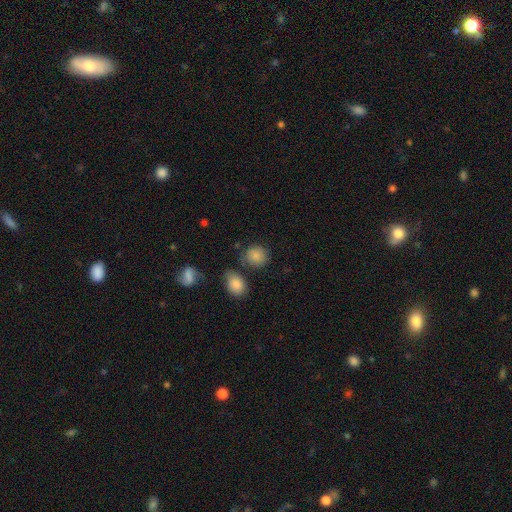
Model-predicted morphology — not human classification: This is clearly a smooth galaxy (84%). How rounded: likely round (75%). Merging: likely none (70%).